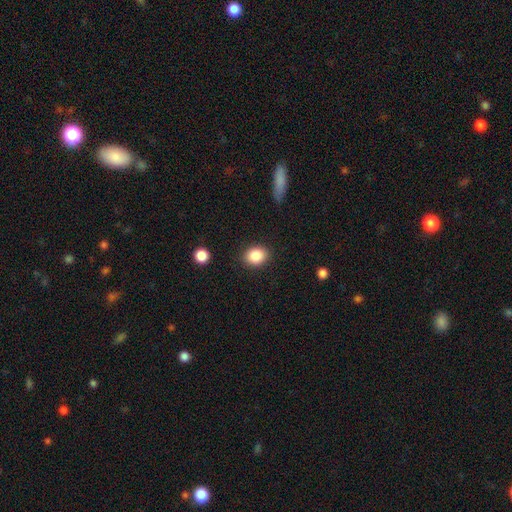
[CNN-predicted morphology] type=smooth (87%); roundness=in between (50%); merging=none (87%).